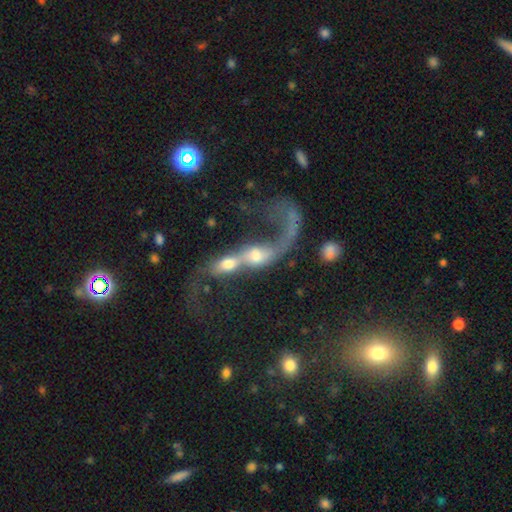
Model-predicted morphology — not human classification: A featured or disk galaxy (77%) with no bar (55%), 2 (71%) loose (90%) spiral arms (83%) and a moderate central bulge (42%). Merging: merger (41%).